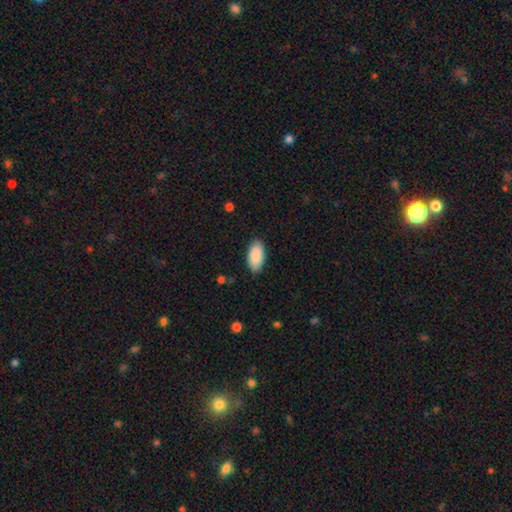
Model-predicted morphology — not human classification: Overall: smooth (90%). How rounded: in between (94%). Merging: none (88%).